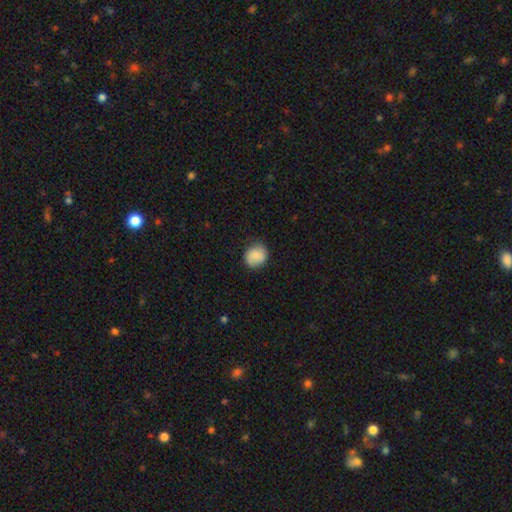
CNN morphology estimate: Overall: smooth (77%). How rounded: round (76%). Merging: none (81%).